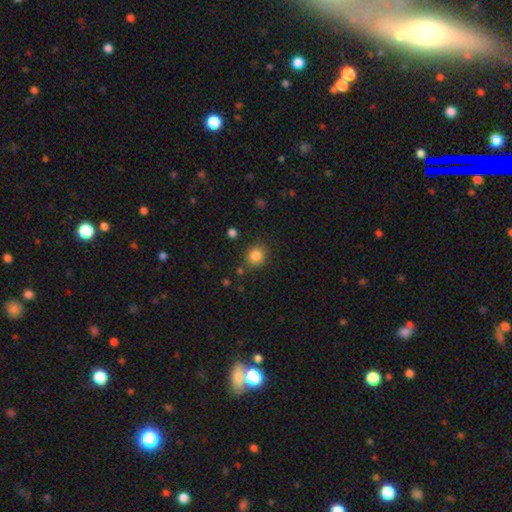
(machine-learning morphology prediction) Smooth or featured: smooth — 85% (star or artifact — 11%)
How rounded: round — 85% (in between — 14%)
Merging: none — 83% (minor disturbance — 10%)